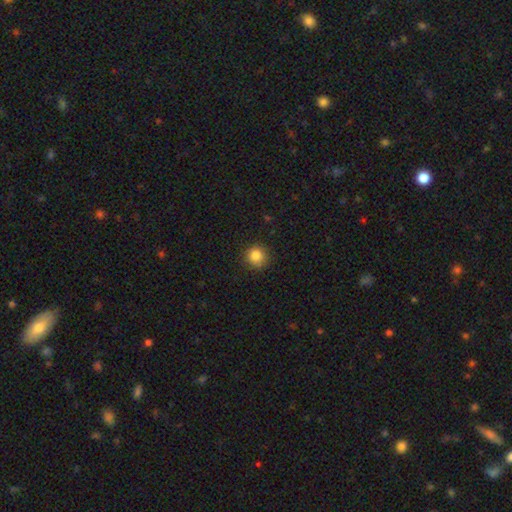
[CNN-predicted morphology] Smooth or featured: smooth — 85% (star or artifact — 11%)
How rounded: round — 93% (in between — 6%)
Merging: none — 86% (minor disturbance — 10%)